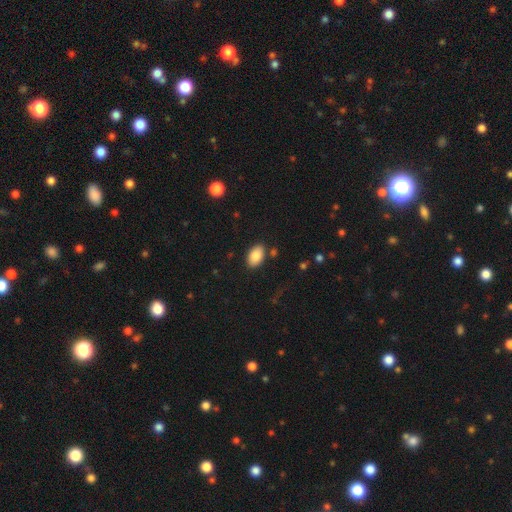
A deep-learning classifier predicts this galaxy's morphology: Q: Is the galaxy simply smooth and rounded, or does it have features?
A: smooth — 86%.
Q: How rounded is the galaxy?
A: in between — 92%.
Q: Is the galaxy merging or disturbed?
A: none — 85%.